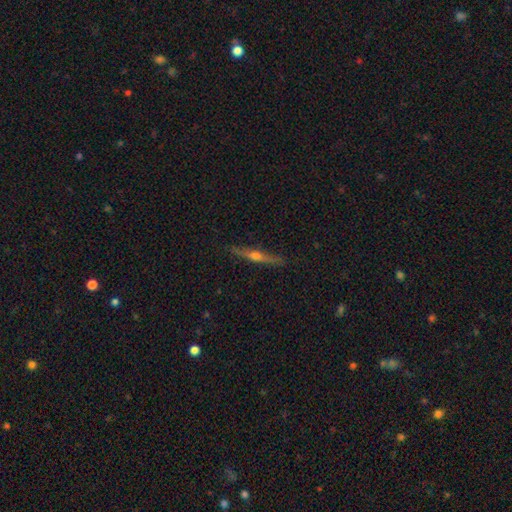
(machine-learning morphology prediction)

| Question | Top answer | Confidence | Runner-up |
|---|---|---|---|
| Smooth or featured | featured or disk | 72% | smooth (22%) |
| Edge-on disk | yes | 97% | no (3%) |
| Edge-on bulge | rounded | 90% | none (5%) |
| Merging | none | 88% | minor disturbance (9%) |